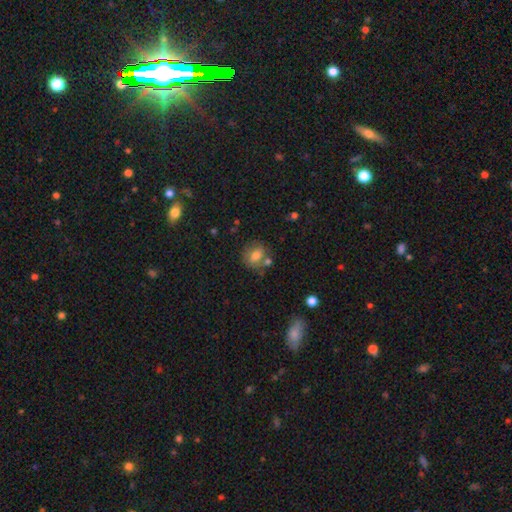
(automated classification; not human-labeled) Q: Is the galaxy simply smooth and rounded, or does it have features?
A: smooth — 73%.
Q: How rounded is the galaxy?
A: round — 65%.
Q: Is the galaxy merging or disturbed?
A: none — 61%.